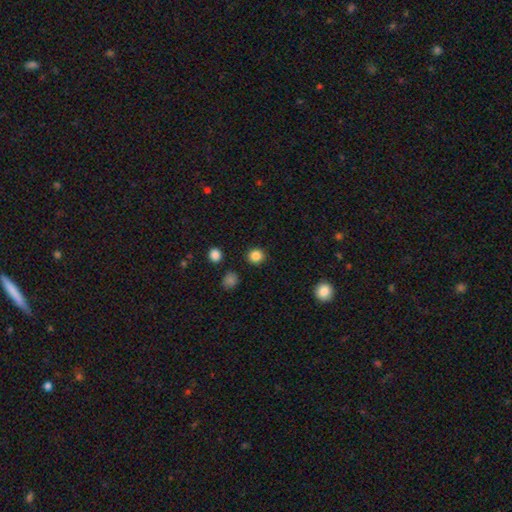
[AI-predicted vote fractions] Smooth or featured: smooth — 86% (star or artifact — 11%)
How rounded: round — 91% (in between — 8%)
Merging: none — 90% (minor disturbance — 6%)